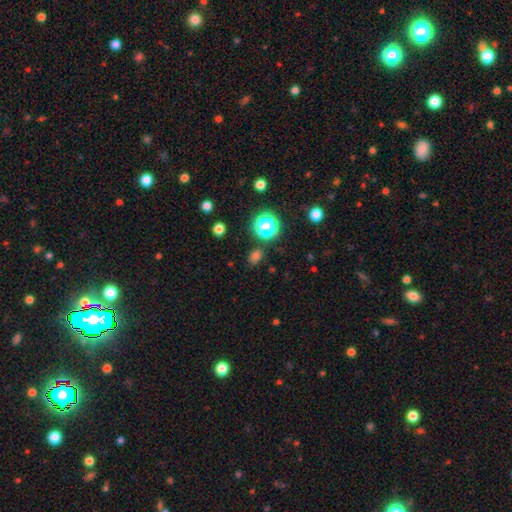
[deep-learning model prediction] A smooth galaxy with no disk features (69%) that is round (59%). Merging: none (80%).